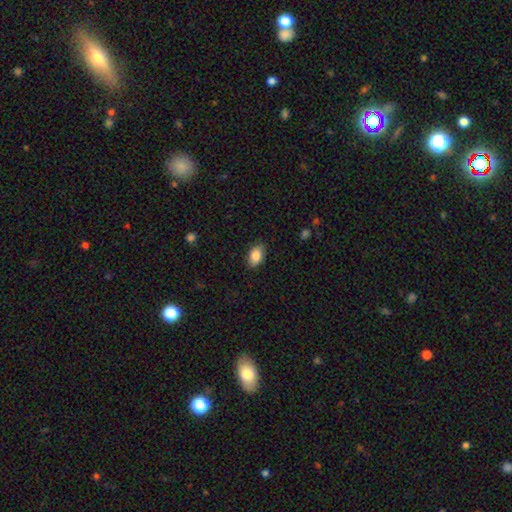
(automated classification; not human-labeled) Smooth or featured?
  - smooth: 87% *
  - star or artifact: 7%
  - featured or disk: 6%
How rounded?
  - in between: 91% *
  - round: 8%
  - cigar-shaped: 2%
Merging?
  - none: 87% *
  - minor disturbance: 10%
  - major disturbance: 2%
  - merger: 1%